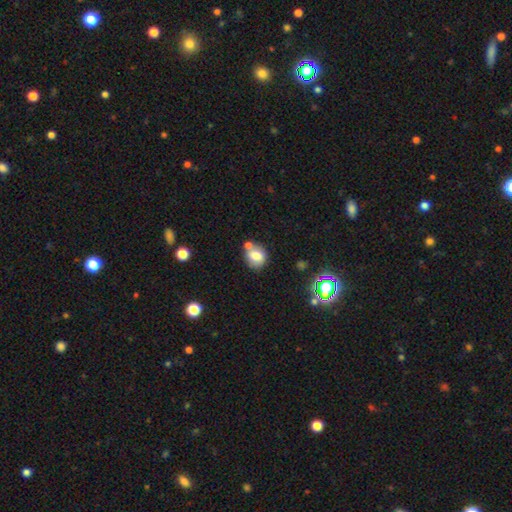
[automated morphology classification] Smooth or featured: smooth — 76% (featured or disk — 13%)
How rounded: round — 72% (in between — 27%)
Merging: none — 60% (merger — 23%)